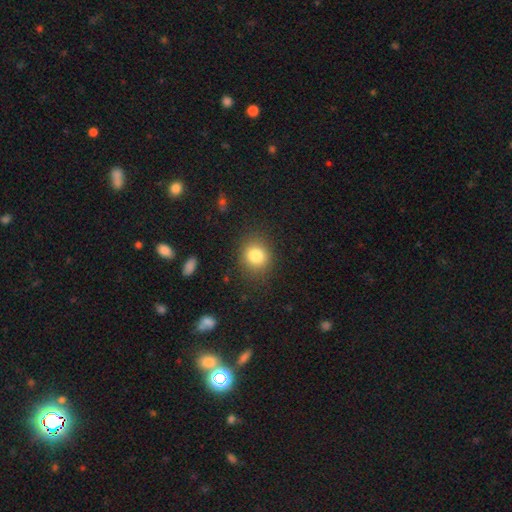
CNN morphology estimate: smooth 82%, star or artifact 11%, featured or disk 8%. Down the decision tree: how rounded — round (76%); merging — none (85%).